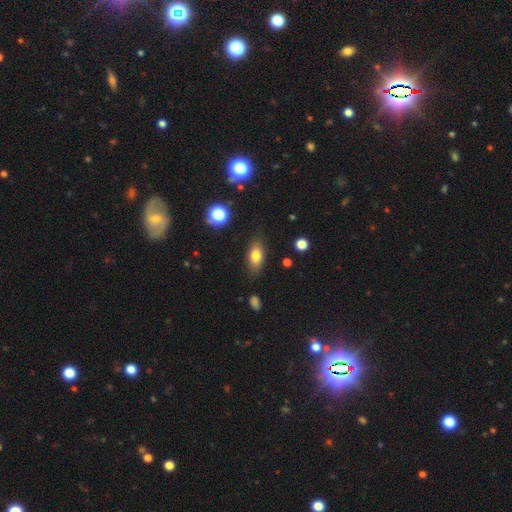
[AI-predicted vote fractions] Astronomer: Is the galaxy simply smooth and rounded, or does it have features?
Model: smooth — 78%.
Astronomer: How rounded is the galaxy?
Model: in between — 83%.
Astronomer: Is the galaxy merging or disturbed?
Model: none — 83%.